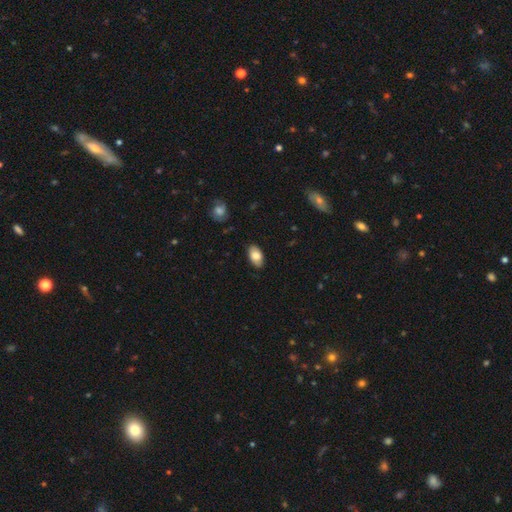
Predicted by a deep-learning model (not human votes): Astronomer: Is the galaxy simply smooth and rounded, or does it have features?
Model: smooth — 79%.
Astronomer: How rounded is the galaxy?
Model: in between — 94%.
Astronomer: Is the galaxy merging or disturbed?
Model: none — 85%.